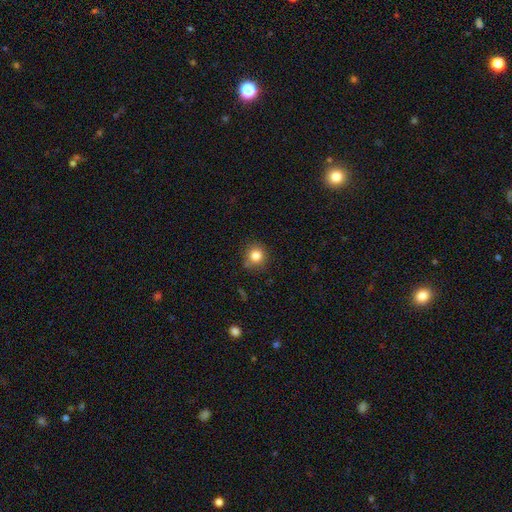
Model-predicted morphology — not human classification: The model was most divided on "merging": none: 82%, minor disturbance: 12%, major disturbance: 3%, merger: 3%. More confident: how rounded — round (89%); smooth or featured — smooth (83%).